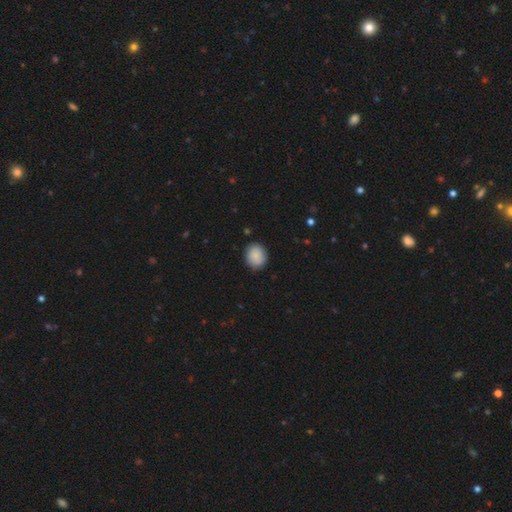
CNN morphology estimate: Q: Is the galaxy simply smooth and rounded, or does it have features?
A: smooth — 86%.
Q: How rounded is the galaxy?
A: round — 70%.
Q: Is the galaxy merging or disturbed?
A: none — 86%.